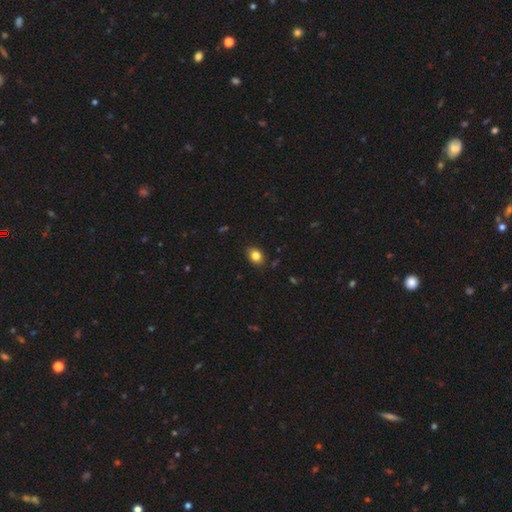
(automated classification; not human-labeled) Smooth or featured?
  - smooth: 82% *
  - star or artifact: 11%
  - featured or disk: 7%
How rounded?
  - in between: 58% *
  - round: 41%
  - cigar-shaped: 1%
Merging?
  - none: 85% *
  - minor disturbance: 11%
  - major disturbance: 2%
  - merger: 1%